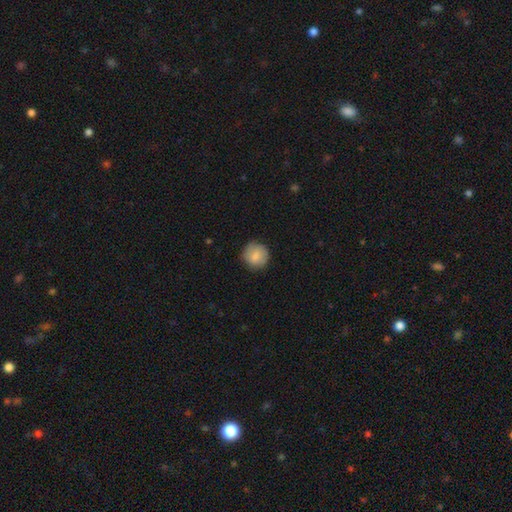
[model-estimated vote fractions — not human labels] A smooth galaxy with no disk features (84%) that is round (93%).

Vote fractions:
- Smooth or featured? smooth: 84% / featured or disk: 9% / star or artifact: 7%
- How rounded? round: 93% / in between: 6% / cigar-shaped: 1%
- Merging? none: 84% / minor disturbance: 12% / major disturbance: 3% / merger: 1%